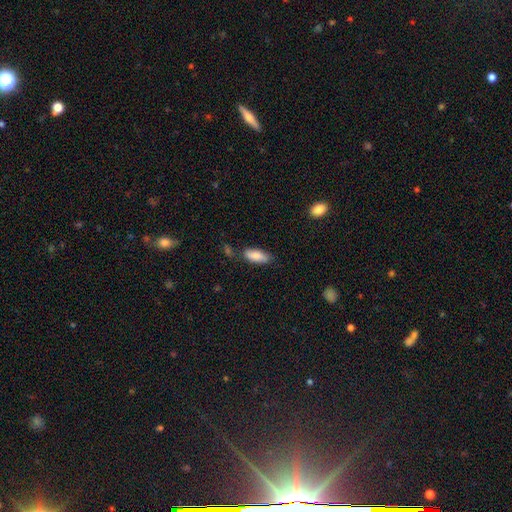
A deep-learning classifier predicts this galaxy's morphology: Smooth or featured? smooth (84%)
How rounded? in between (79%)
Merging? none (69%)